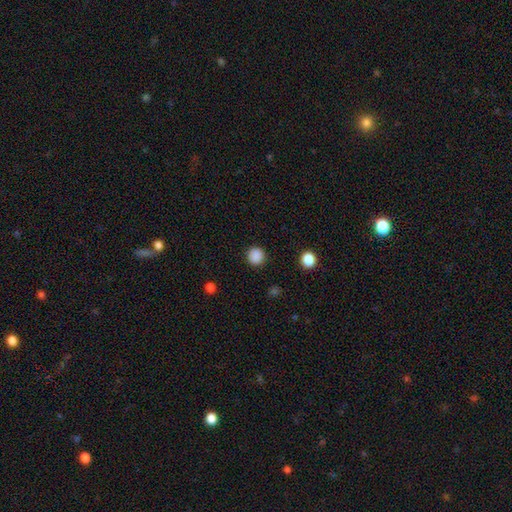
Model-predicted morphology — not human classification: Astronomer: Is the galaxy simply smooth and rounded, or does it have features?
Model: smooth — 87%.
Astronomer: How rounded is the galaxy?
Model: round — 94%.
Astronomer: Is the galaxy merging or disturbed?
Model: none — 91%.